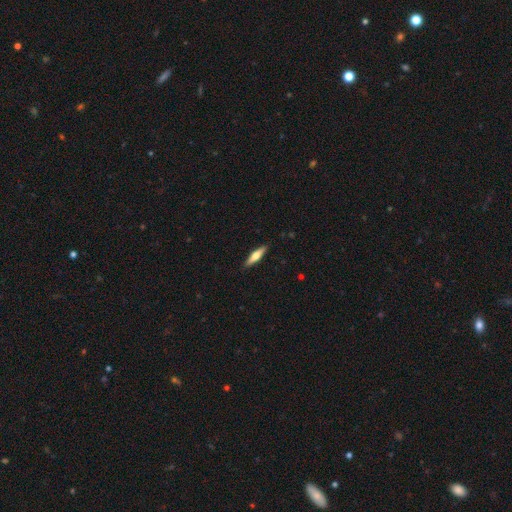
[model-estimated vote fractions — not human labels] Overall: smooth (51%; featured or disk 44%). How rounded: cigar-shaped (74%). Merging: none (90%).